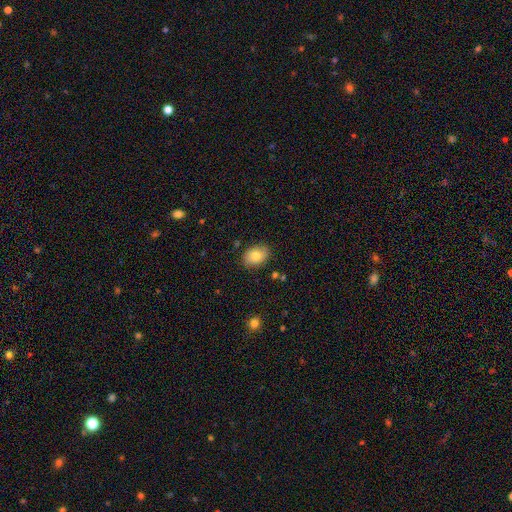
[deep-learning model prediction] smooth_or_featured: smooth (p=0.78) [alt: featured or disk p=0.14]
how_rounded: in between (p=0.75) [alt: round p=0.24]
merging: none (p=0.85) [alt: minor disturbance p=0.12]